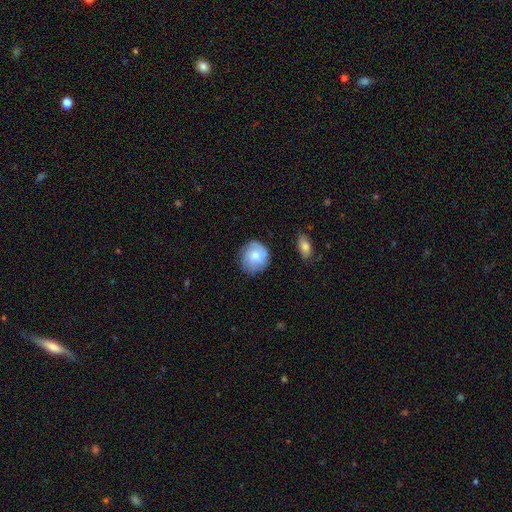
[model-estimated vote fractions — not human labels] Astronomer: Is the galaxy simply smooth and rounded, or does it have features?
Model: smooth — 60%.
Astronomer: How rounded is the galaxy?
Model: round — 83%.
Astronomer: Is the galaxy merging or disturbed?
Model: none — 74%.